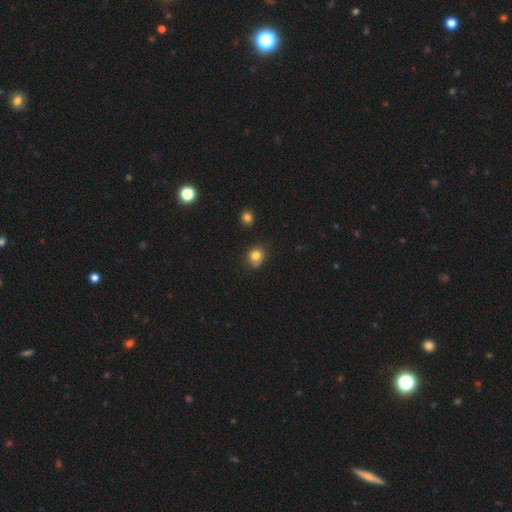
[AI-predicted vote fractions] Smooth or featured? Predicted: smooth (p=0.81). How rounded? Predicted: round (p=0.74). Merging? Predicted: none (p=0.65).